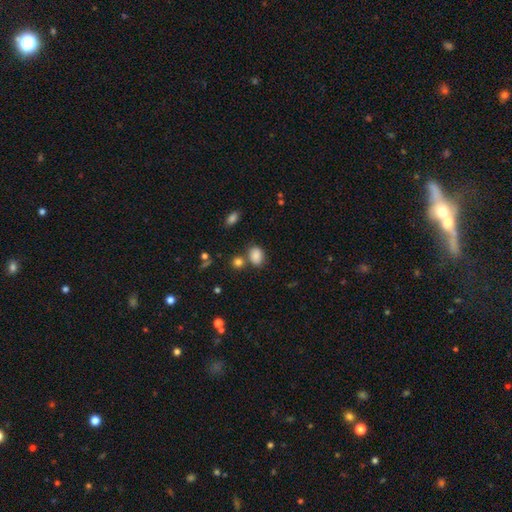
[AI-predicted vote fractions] smooth 84%, star or artifact 10%, featured or disk 5%. Down the decision tree: how rounded — in between (73%); merging — none (65%).